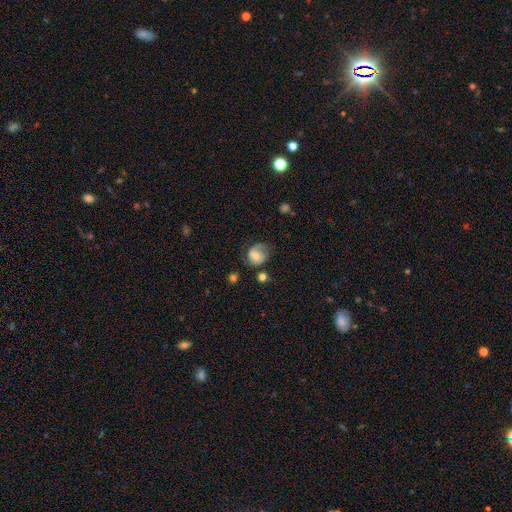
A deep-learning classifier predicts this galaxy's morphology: smooth 47%, featured or disk 44%, star or artifact 9%. Down the decision tree: merging — none (51%).